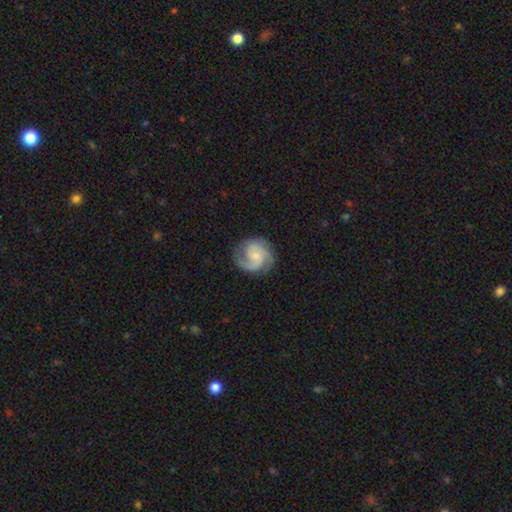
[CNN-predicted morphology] Smooth or featured? featured or disk (81%)
Edge-on disk? no (98%)
Bar? no (60%)
Spiral arms? yes (97%)
Spiral winding? medium (48%)
Spiral arm count? 2 (50%)
Bulge size? small (55%)
Merging? none (77%)